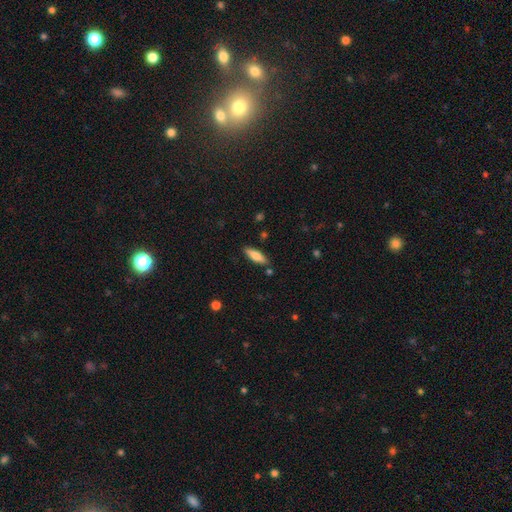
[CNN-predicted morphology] This appears to be a smooth galaxy with no disk features (74%) that is cigar-shaped (50%). Merging: none (84%).